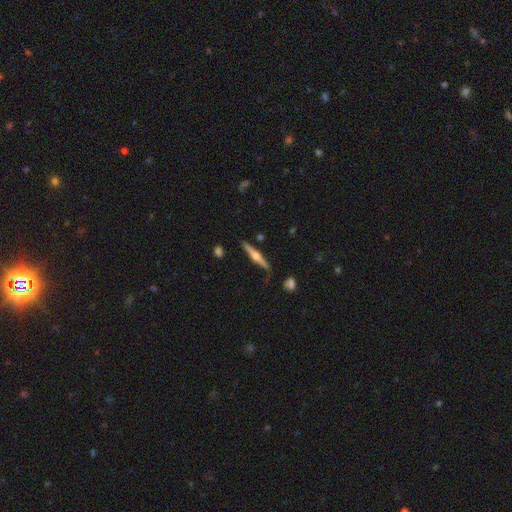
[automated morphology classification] featured or disk 72%, smooth 23%, star or artifact 6%. Down the decision tree: edge-on disk — yes (98%); edge-on bulge — rounded (91%); merging — none (85%).